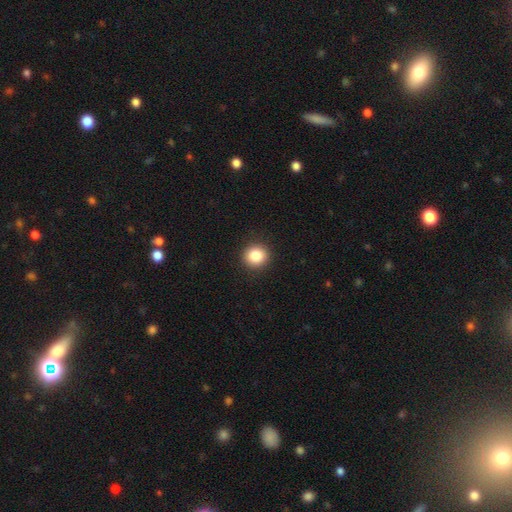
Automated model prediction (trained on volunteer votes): Smooth or featured: smooth — 86% (star or artifact — 10%)
How rounded: round — 91% (in between — 8%)
Merging: none — 92% (minor disturbance — 5%)